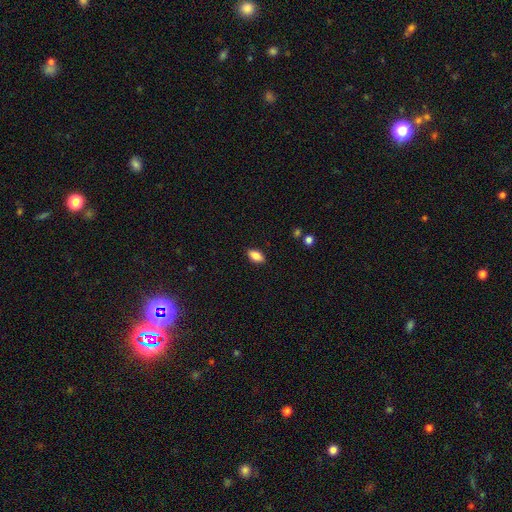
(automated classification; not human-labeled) smooth_or_featured: smooth (p=0.86) [alt: star or artifact p=0.08]
how_rounded: in between (p=0.91) [alt: cigar-shaped p=0.05]
merging: none (p=0.88) [alt: minor disturbance p=0.09]